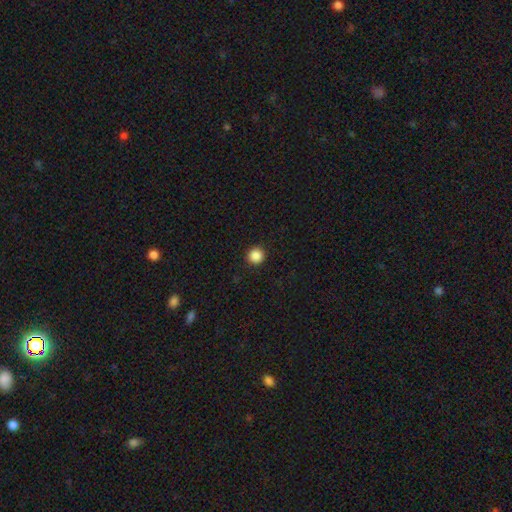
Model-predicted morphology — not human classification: Smooth or featured: smooth — 87% (star or artifact — 10%)
How rounded: round — 95% (in between — 4%)
Merging: none — 93% (minor disturbance — 4%)